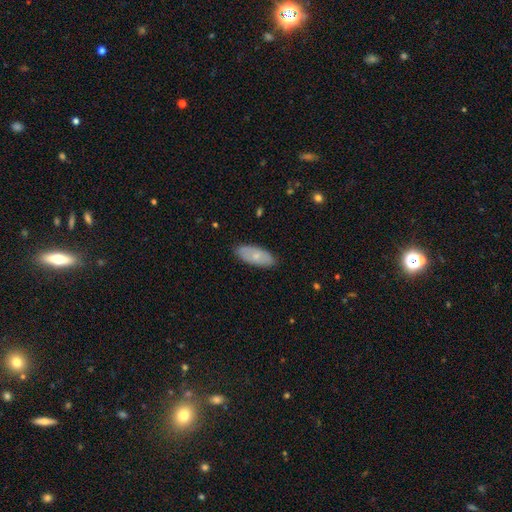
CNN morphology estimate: The model was most divided on "smooth or featured": smooth: 65%, featured or disk: 29%, star or artifact: 6%. More confident: how rounded — in between (86%); merging — none (85%).